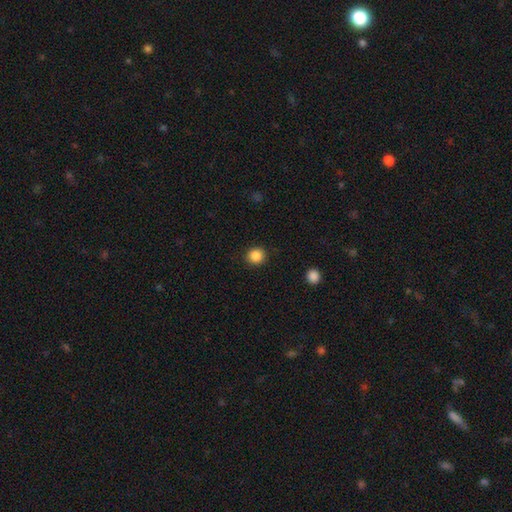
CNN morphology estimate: type=smooth (87%); roundness=round (91%); merging=none (91%).